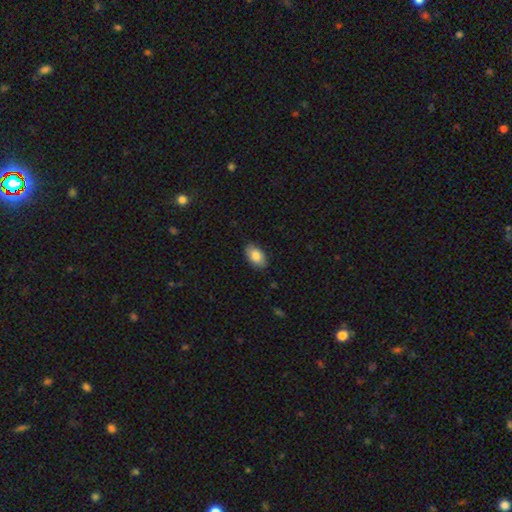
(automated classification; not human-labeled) Smooth or featured: smooth — 84% (featured or disk — 9%)
How rounded: in between — 93% (round — 6%)
Merging: none — 86% (minor disturbance — 11%)